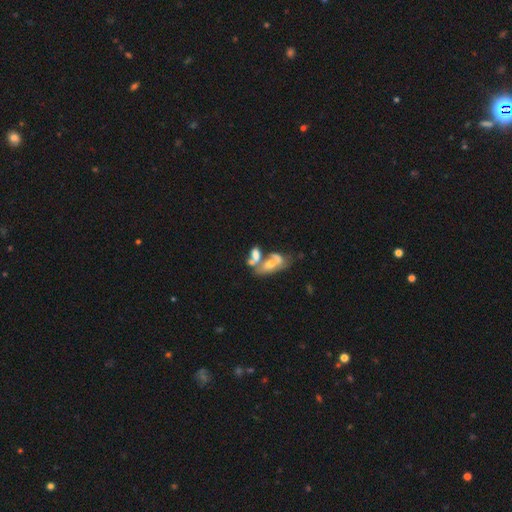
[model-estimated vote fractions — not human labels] smooth_or_featured: smooth (p=0.46) [alt: featured or disk p=0.43]
merging: merger (p=0.61) [alt: none p=0.18]